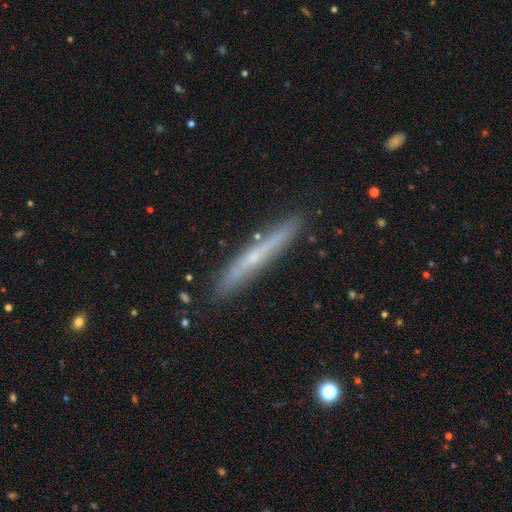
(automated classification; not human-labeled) Smooth or featured? Predicted: featured or disk (p=0.59). Edge-on disk? Predicted: yes (p=0.93). Edge-on bulge? Predicted: none (p=0.52). Merging? Predicted: none (p=0.87).